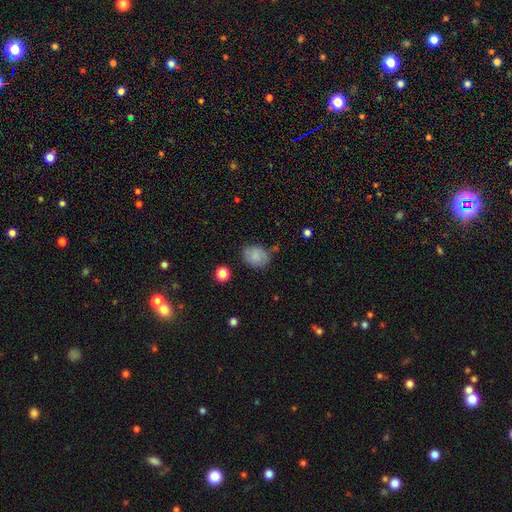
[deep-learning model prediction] Overall: smooth (82%). How rounded: in between (55%; round 44%). Merging: none (73%).